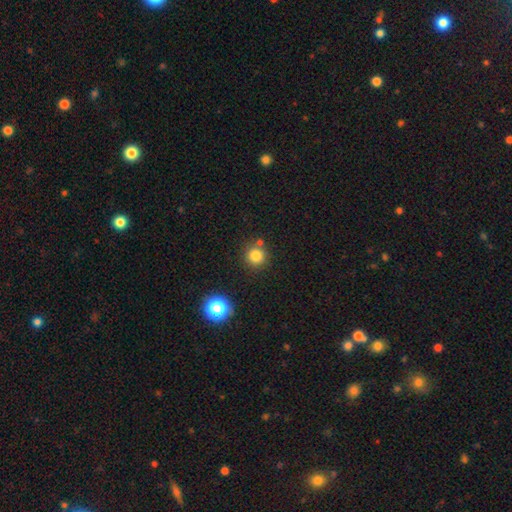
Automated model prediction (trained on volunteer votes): The model was most divided on "smooth or featured": smooth: 81%, star or artifact: 14%, featured or disk: 6%. More confident: how rounded — round (94%); merging — none (79%).